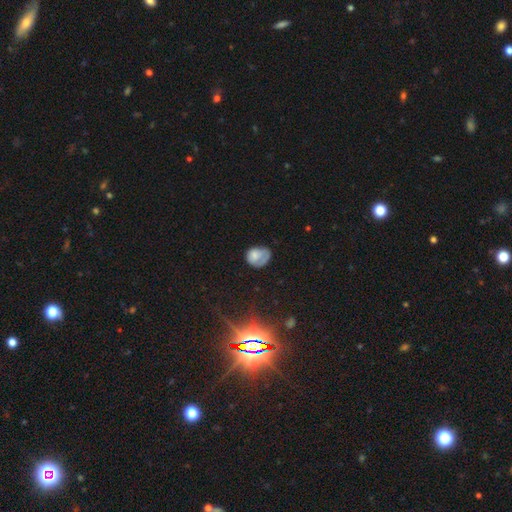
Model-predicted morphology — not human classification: Overall: smooth (67%). How rounded: in between (50%; round 49%). Merging: none (41%; minor disturbance 35%).